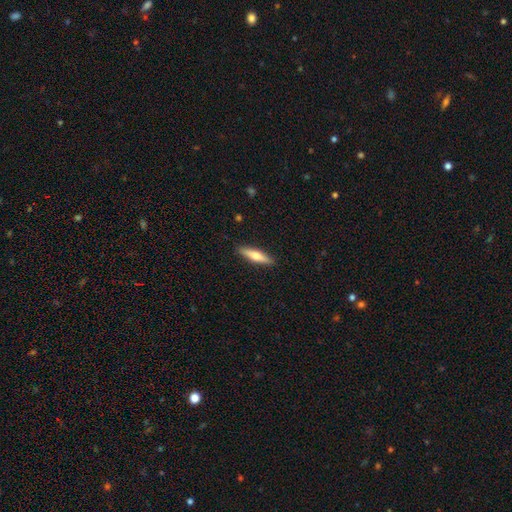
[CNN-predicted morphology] This appears to be a smooth galaxy with no disk features (55%) that is cigar-shaped (77%). Merging: none (90%).